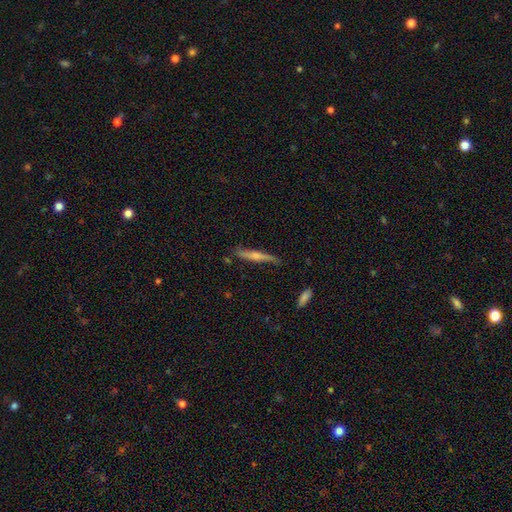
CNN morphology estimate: Smooth or featured? smooth (48%)
Merging? none (72%)